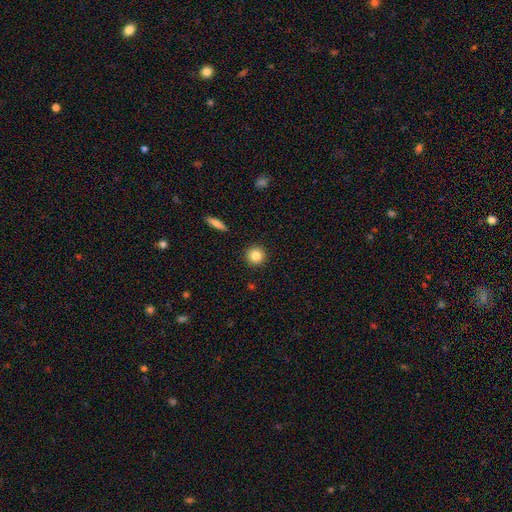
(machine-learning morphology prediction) The model was most divided on "smooth or featured": smooth: 83%, star or artifact: 10%, featured or disk: 7%. More confident: how rounded — round (94%); merging — none (92%).